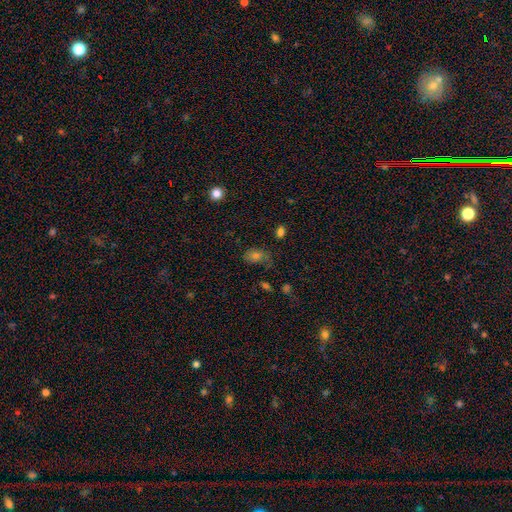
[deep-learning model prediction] Smooth or featured?
  - smooth: 58% *
  - featured or disk: 23%
  - star or artifact: 19%
How rounded?
  - in between: 78% *
  - round: 19%
  - cigar-shaped: 2%
Merging?
  - none: 55% *
  - minor disturbance: 25%
  - major disturbance: 16%
  - merger: 4%